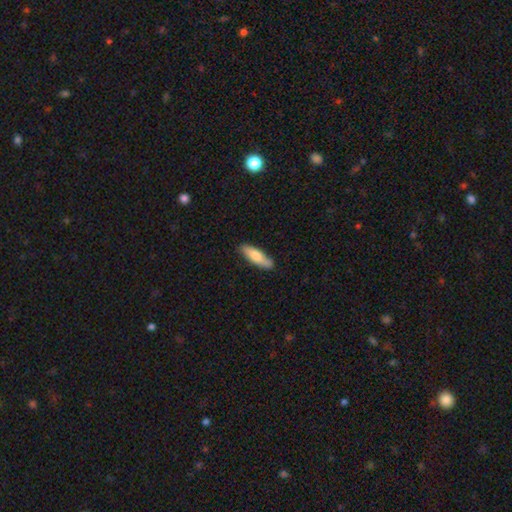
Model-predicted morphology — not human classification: This appears to be a smooth galaxy with no disk features (71%) that is cigar-shaped (61%). Merging: none (85%).